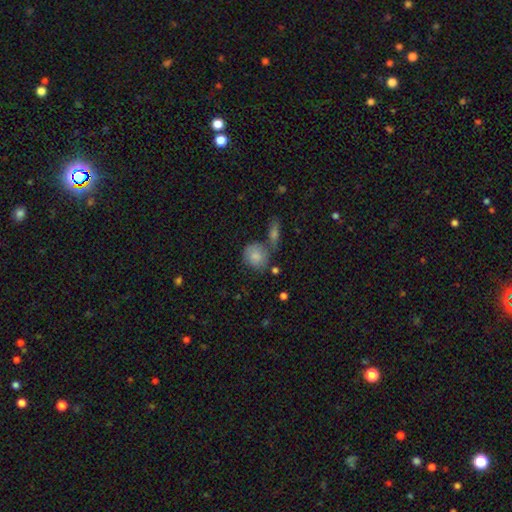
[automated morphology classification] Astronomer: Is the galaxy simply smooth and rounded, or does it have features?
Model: smooth — 79%.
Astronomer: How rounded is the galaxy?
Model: round — 71%.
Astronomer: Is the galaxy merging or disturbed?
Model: none — 50%.